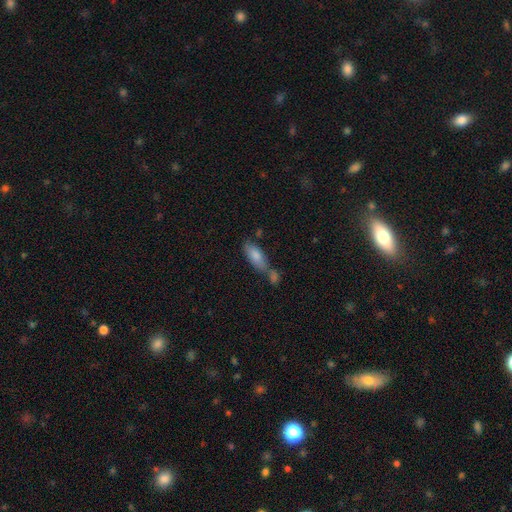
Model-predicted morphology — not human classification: Q: Smooth or featured?
A: smooth (79%); runner-up: featured or disk (14%)
Q: How rounded?
A: in between (73%); runner-up: cigar-shaped (25%)
Q: Merging?
A: merger (43%); runner-up: none (38%)